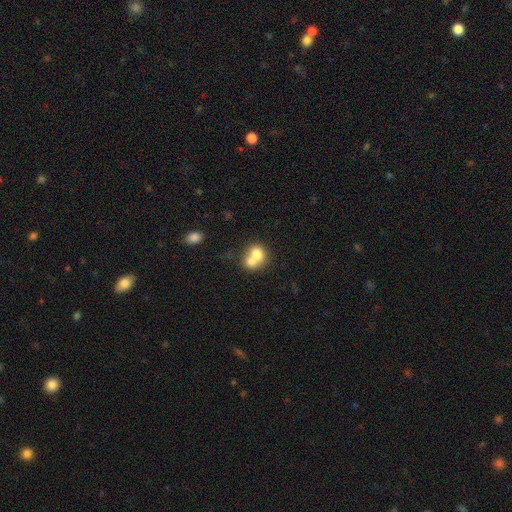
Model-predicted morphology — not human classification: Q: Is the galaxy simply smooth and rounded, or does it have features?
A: smooth — 70%.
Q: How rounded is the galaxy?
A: round — 65%.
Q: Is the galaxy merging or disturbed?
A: merger — 67%.